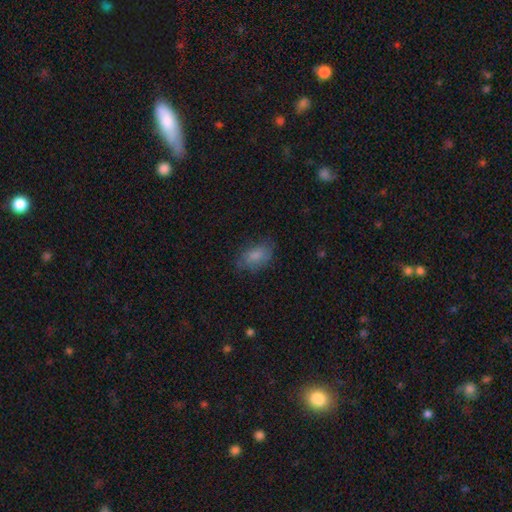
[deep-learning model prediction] Smooth or featured? Predicted: smooth (p=0.80). How rounded? Predicted: in between (p=0.90). Merging? Predicted: none (p=0.70).